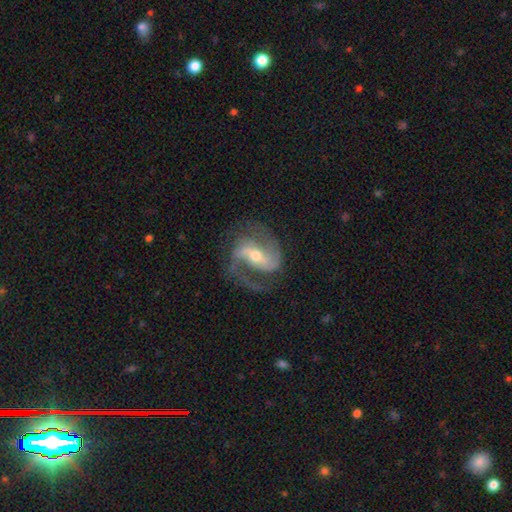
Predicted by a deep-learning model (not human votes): This appears to be a featured or disk galaxy (90%) with a strong bar (46%), 2 (85%) medium (55%) spiral arms (97%) and a moderate central bulge (53%). Merging: none (69%).